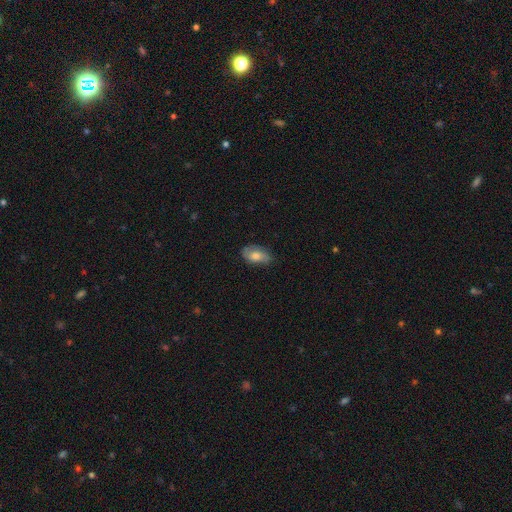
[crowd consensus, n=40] smooth-or-featured: smooth: 52% | featured or disk: 42% | star or artifact: 5%
  how-rounded: in between: 95% | cigar-shaped: 5% | round: 0%
  merging: none: 79% | minor disturbance: 18% | major disturbance: 3% | merger: 0%